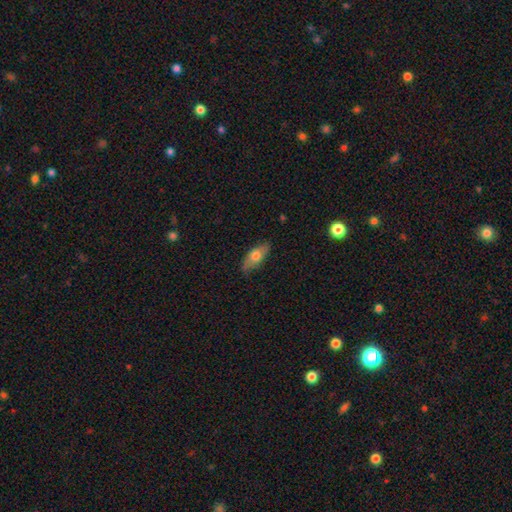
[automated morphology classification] This appears to be a smooth galaxy with no disk features (66%) that is in between round and cigar-shaped (80%). Merging: none (80%).